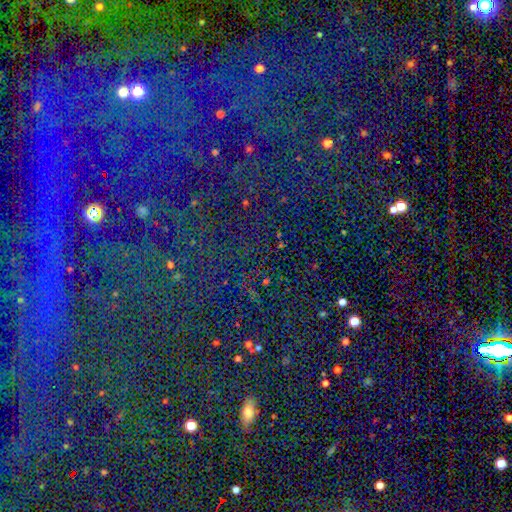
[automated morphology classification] Smooth or featured? Predicted: star or artifact (p=0.85).